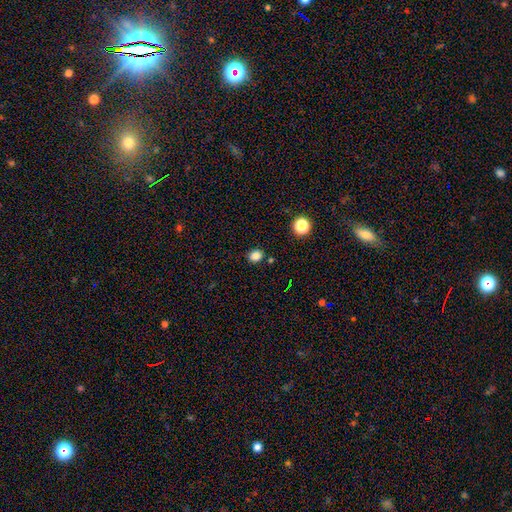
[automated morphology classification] A smooth galaxy with no disk features (83%) that is round (63%).

Vote fractions:
- Smooth or featured? smooth: 83% / star or artifact: 13% / featured or disk: 4%
- How rounded? round: 63% / in between: 36% / cigar-shaped: 1%
- Merging? none: 86% / minor disturbance: 8% / merger: 3% / major disturbance: 2%